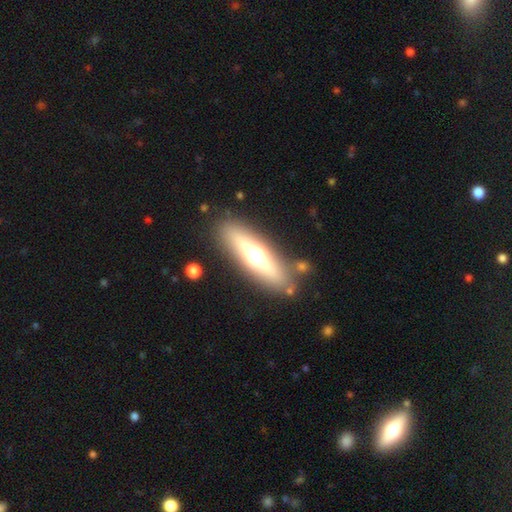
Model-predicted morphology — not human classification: A featured or disk galaxy (52%) viewed edge-on (81%).

Vote fractions:
- Smooth or featured? featured or disk: 52% / smooth: 38% / star or artifact: 10%
- Edge-on disk? yes: 81% / no: 19%
- Merging? none: 83% / minor disturbance: 9% / major disturbance: 4% / merger: 3%